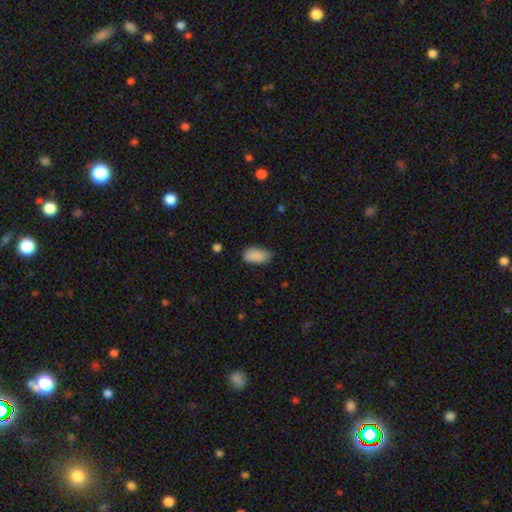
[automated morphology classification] smooth-or-featured: smooth: 88% | star or artifact: 7% | featured or disk: 5%
  how-rounded: in between: 93% | cigar-shaped: 3% | round: 3%
  merging: none: 70% | minor disturbance: 25% | major disturbance: 4% | merger: 1%